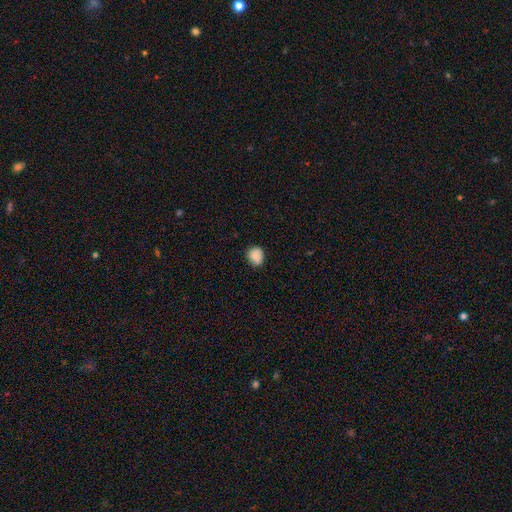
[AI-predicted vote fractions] This appears to be a smooth galaxy with no disk features (85%) that is round (68%). Merging: none (76%).